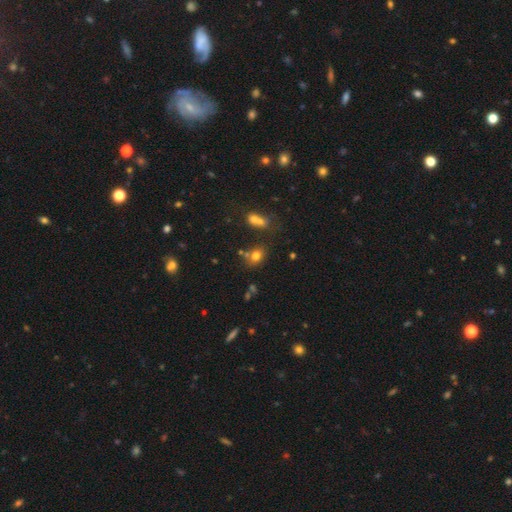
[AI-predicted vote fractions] Overall: smooth (73%). How rounded: in between (50%; round 49%). Merging: none (61%).